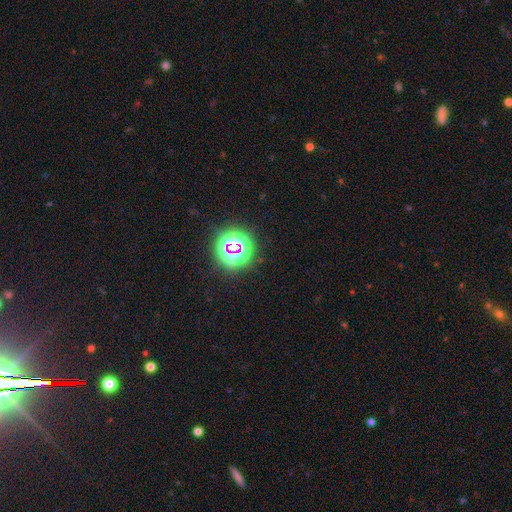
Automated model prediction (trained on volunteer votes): A star or artifact, not a galaxy (74%).